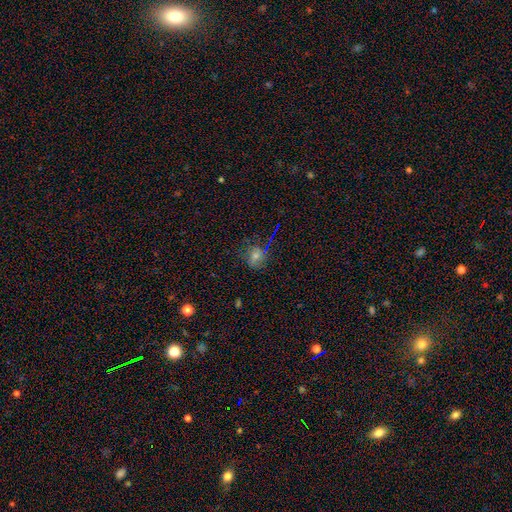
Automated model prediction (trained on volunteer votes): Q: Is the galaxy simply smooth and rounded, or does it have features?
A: smooth — 47%.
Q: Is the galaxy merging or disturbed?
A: none — 64%.